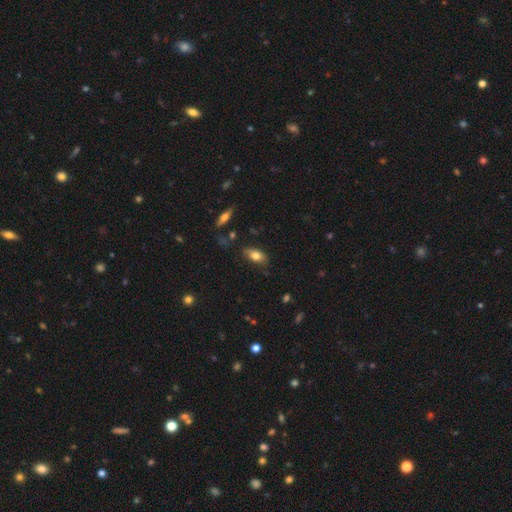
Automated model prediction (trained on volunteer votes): Overall: smooth (78%). How rounded: in between (88%). Merging: none (72%).